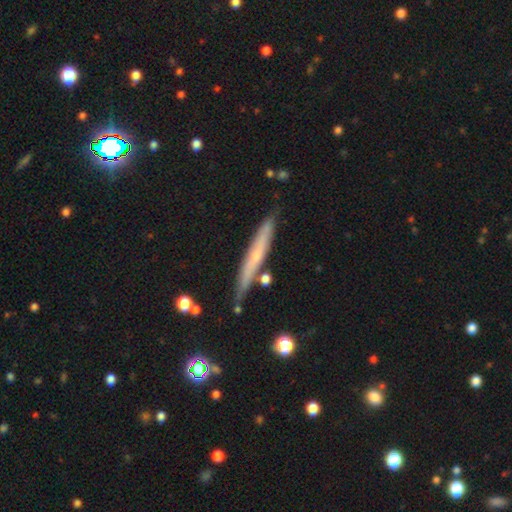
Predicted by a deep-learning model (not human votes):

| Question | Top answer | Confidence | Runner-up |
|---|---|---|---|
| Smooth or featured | featured or disk | 47% | smooth (45%) |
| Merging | none | 82% | minor disturbance (12%) |